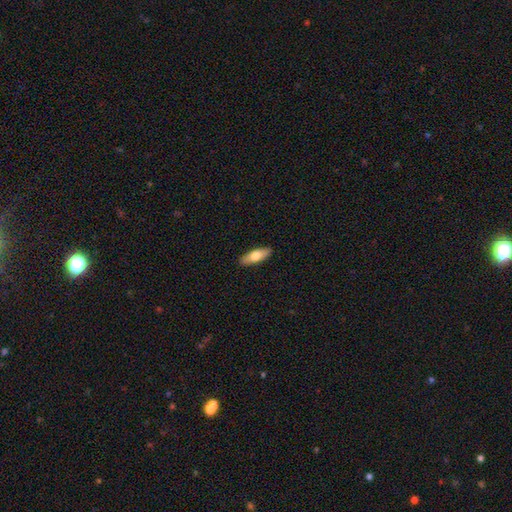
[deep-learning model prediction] This appears to be a smooth galaxy with no disk features (70%) that is in between round and cigar-shaped (59%). Merging: none (90%).